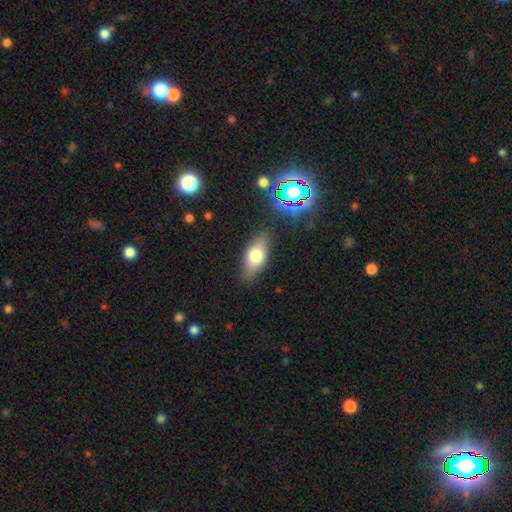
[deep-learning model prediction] Q: Smooth or featured?
A: smooth (67%); runner-up: featured or disk (24%)
Q: How rounded?
A: in between (82%); runner-up: cigar-shaped (12%)
Q: Merging?
A: none (82%); runner-up: minor disturbance (13%)